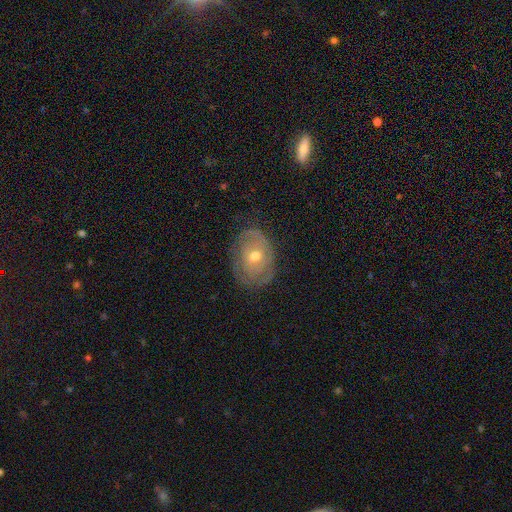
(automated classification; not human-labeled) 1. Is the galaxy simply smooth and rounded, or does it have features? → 64% featured or disk, 28% smooth, 8% star or artifact.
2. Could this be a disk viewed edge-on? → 94% no, 6% yes.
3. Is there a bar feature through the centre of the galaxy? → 81% no, 16% weak, 4% strong.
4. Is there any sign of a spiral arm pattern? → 67% yes, 33% no.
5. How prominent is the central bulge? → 59% moderate, 37% small, 2% large, 1% none, 1% dominant.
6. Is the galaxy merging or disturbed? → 70% none, 21% minor disturbance, 8% major disturbance, 1% merger.